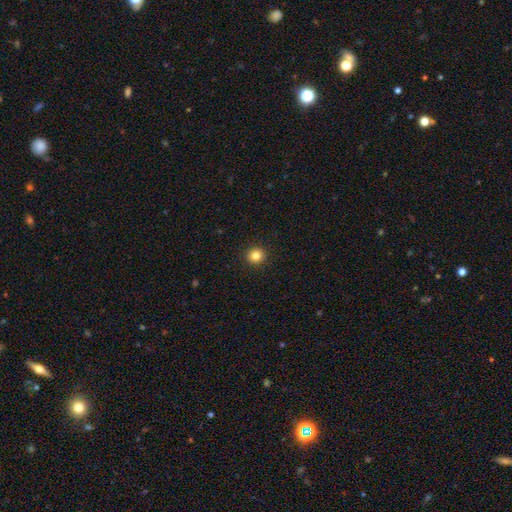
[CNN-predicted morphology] Smooth or featured?
  - smooth: 83% *
  - star or artifact: 12%
  - featured or disk: 5%
How rounded?
  - round: 91% *
  - in between: 8%
  - cigar-shaped: 1%
Merging?
  - none: 93% *
  - minor disturbance: 4%
  - major disturbance: 2%
  - merger: 1%